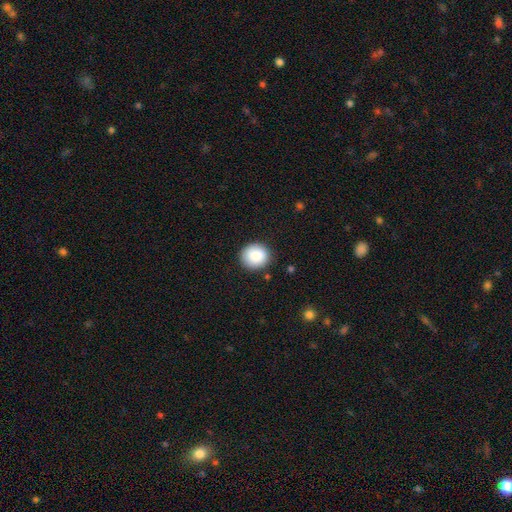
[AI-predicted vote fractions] Smooth or featured? Predicted: smooth (p=0.88). How rounded? Predicted: round (p=0.84). Merging? Predicted: none (p=0.88).